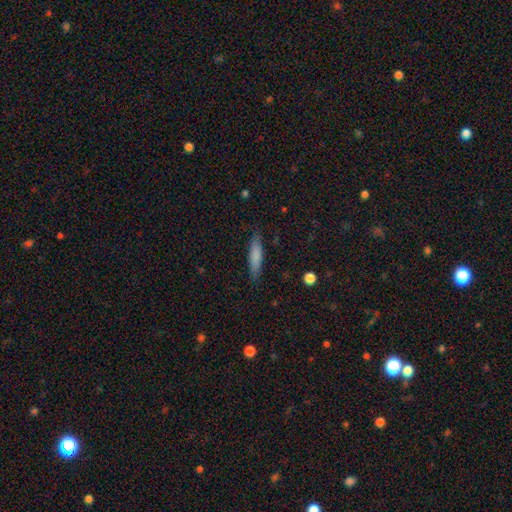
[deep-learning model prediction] Smooth or featured? Predicted: smooth (p=0.79). How rounded? Predicted: cigar-shaped (p=0.81). Merging? Predicted: none (p=0.85).